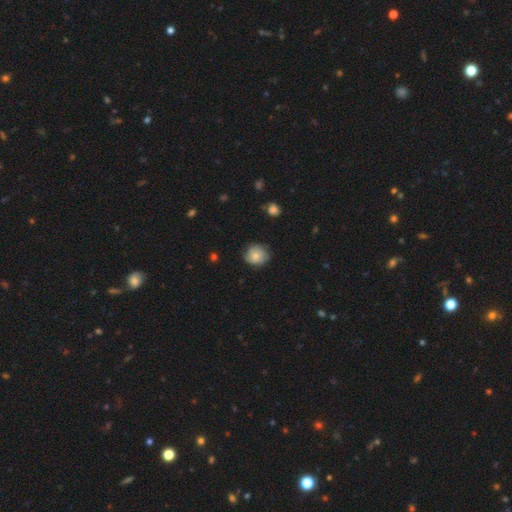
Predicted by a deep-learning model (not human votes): smooth-or-featured: smooth: 69% | featured or disk: 24% | star or artifact: 7%
  how-rounded: round: 84% | in between: 15% | cigar-shaped: 1%
  merging: none: 72% | minor disturbance: 22% | major disturbance: 5% | merger: 1%